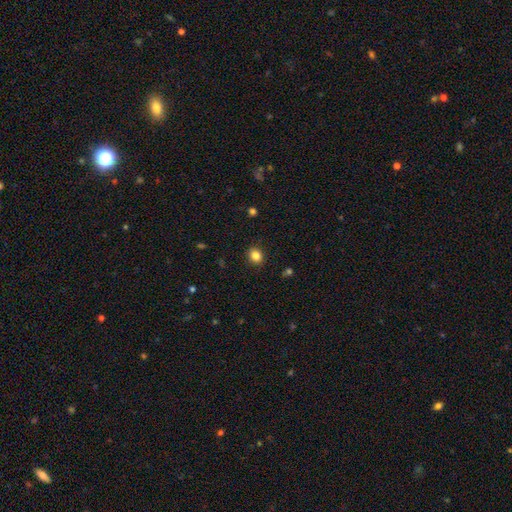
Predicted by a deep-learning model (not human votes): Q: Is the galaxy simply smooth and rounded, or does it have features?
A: smooth — 84%.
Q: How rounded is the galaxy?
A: round — 71%.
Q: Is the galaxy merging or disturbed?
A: none — 90%.